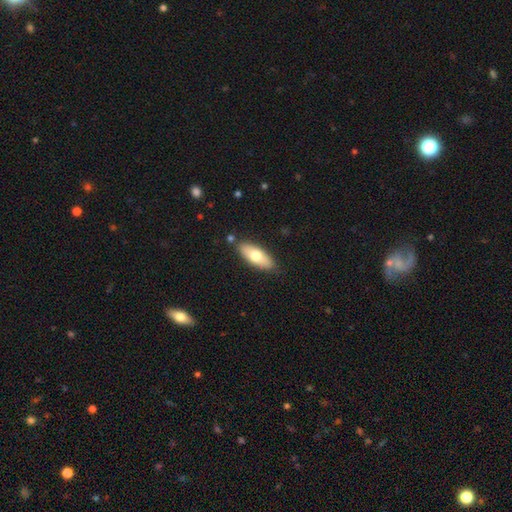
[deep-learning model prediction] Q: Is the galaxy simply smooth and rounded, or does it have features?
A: smooth — 67%.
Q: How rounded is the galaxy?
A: in between — 73%.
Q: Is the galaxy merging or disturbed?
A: none — 84%.